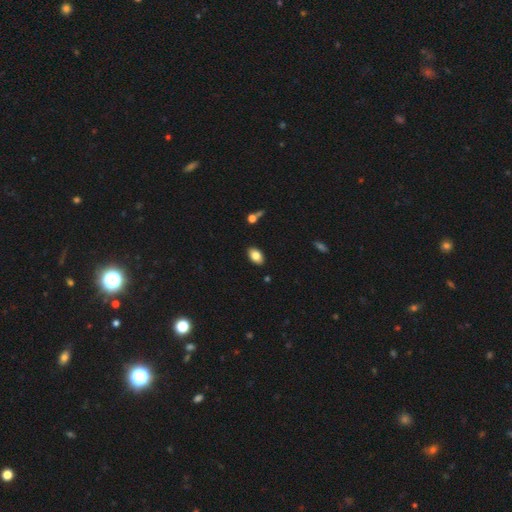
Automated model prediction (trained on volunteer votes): This is clearly a smooth galaxy (82%). How rounded: clearly in between (91%). Merging: clearly none (88%).